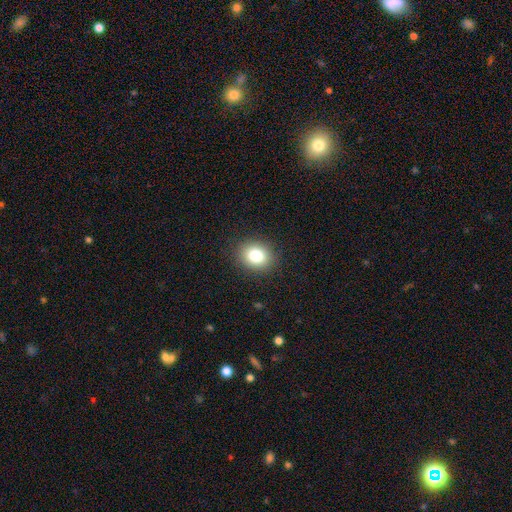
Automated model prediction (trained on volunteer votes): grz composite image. It shows a smooth galaxy with no disk features (83%) that is round (59%). Merging: none (89%).